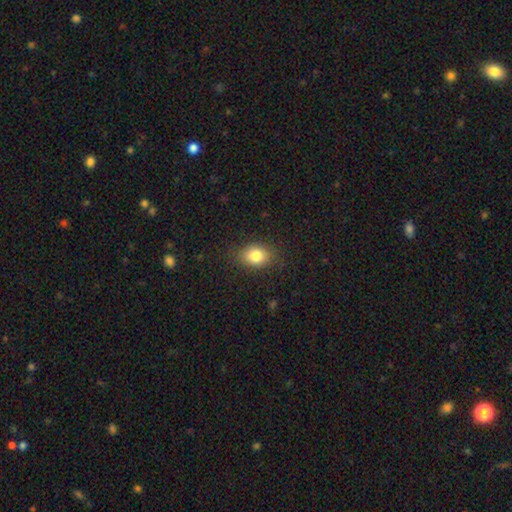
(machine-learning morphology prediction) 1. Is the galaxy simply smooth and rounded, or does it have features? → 82% smooth, 10% star or artifact, 8% featured or disk.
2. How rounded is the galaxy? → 65% in between, 34% round, 1% cigar-shaped.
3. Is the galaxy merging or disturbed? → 82% none, 13% minor disturbance, 4% major disturbance, 1% merger.